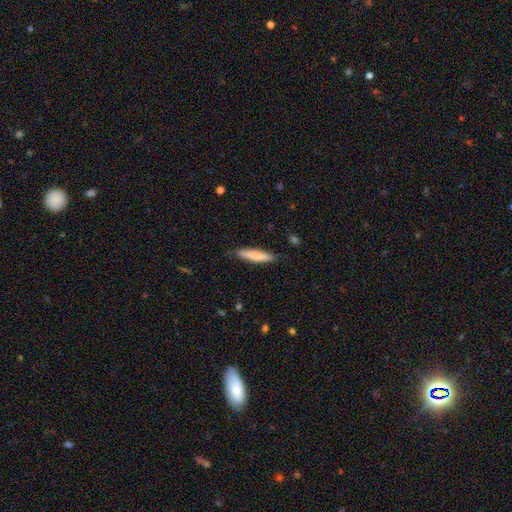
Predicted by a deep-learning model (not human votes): smooth-or-featured: smooth: 80% | featured or disk: 14% | star or artifact: 5%
  how-rounded: cigar-shaped: 86% | in between: 13% | round: 1%
  merging: none: 83% | minor disturbance: 14% | major disturbance: 2% | merger: 1%